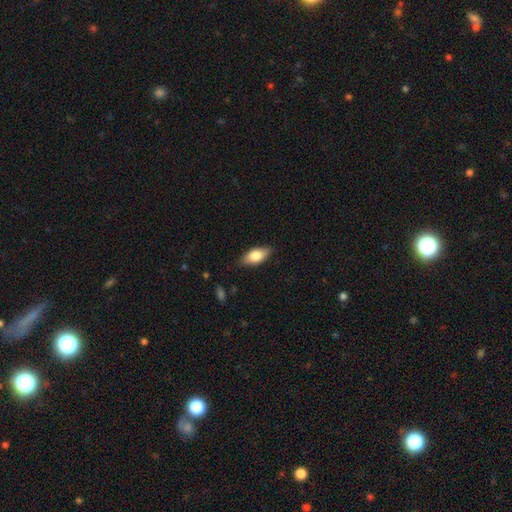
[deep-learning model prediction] This is likely a smooth galaxy (77%). How rounded: clearly in between (87%). Merging: clearly none (83%).